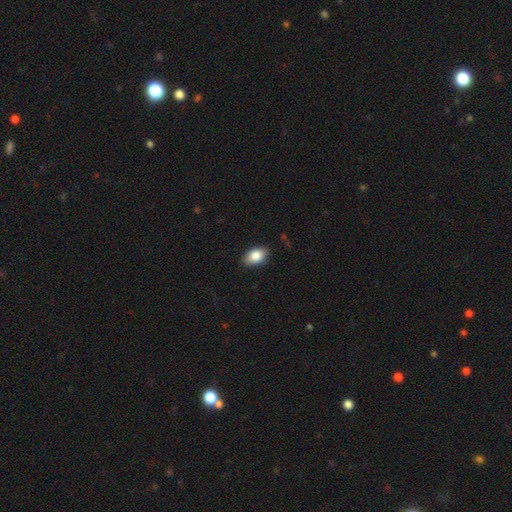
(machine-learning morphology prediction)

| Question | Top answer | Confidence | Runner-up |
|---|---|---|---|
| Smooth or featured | smooth | 86% | star or artifact (7%) |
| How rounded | in between | 89% | round (9%) |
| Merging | none | 84% | minor disturbance (13%) |